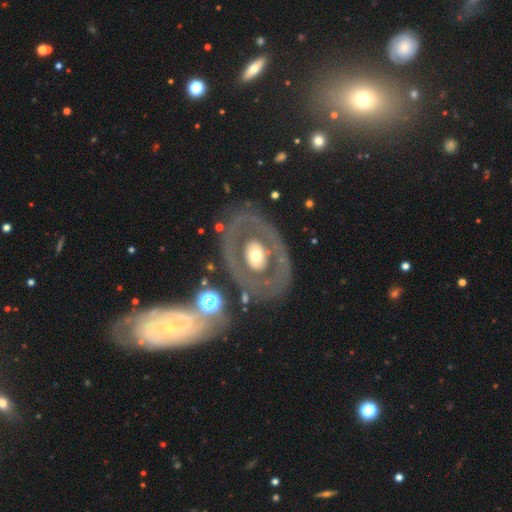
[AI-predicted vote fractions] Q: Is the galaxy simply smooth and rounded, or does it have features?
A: featured or disk — 64%.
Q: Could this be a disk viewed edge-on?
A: no — 93%.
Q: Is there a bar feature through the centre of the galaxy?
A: no — 86%.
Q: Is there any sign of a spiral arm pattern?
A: no — 85%.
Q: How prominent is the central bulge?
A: moderate — 62%.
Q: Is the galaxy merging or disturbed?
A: none — 77%.